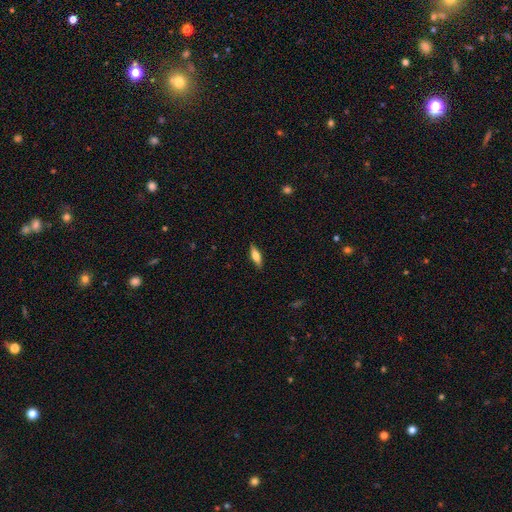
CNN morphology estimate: A smooth galaxy with no disk features (64%) that is in between round and cigar-shaped (54%).

Vote fractions:
- Smooth or featured? smooth: 64% / featured or disk: 29% / star or artifact: 7%
- How rounded? in between: 54% / cigar-shaped: 43% / round: 3%
- Merging? none: 87% / minor disturbance: 10% / major disturbance: 2% / merger: 1%